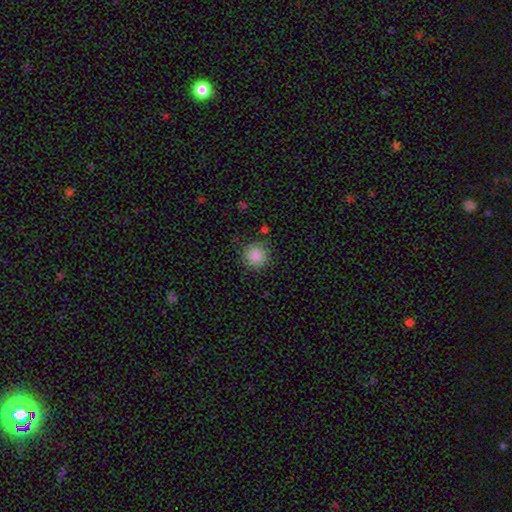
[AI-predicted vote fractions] A smooth galaxy with no disk features (87%) that is round (94%). Merging: none (87%).